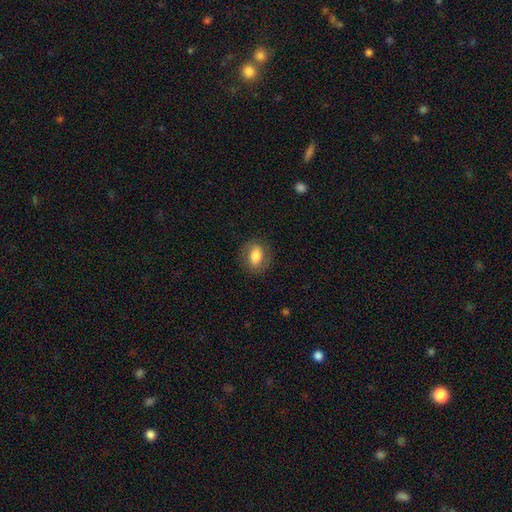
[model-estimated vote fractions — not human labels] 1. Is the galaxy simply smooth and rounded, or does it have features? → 73% smooth, 20% featured or disk, 8% star or artifact.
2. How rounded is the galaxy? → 71% in between, 27% round, 2% cigar-shaped.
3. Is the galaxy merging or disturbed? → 81% none, 13% minor disturbance, 5% major disturbance, 1% merger.